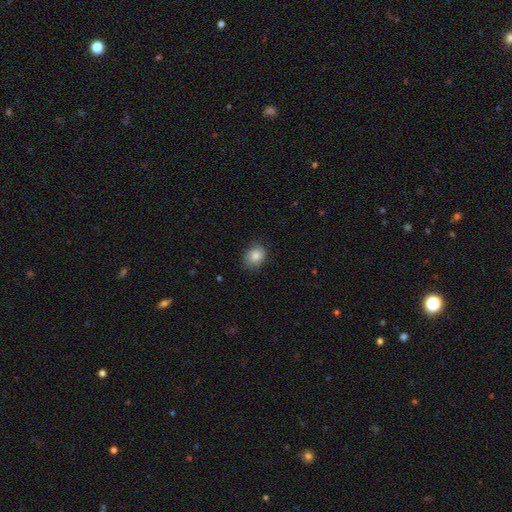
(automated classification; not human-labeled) Morphology: type=smooth (85%); roundness=in between (53%); merging=none (78%).